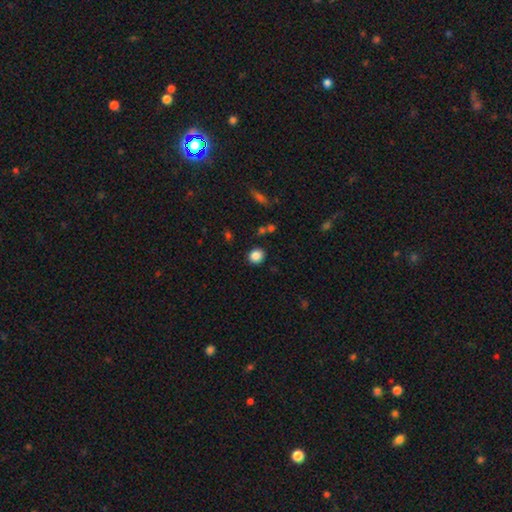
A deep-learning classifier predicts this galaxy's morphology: This appears to be a smooth galaxy with no disk features (86%) that is round (85%). Merging: none (88%).